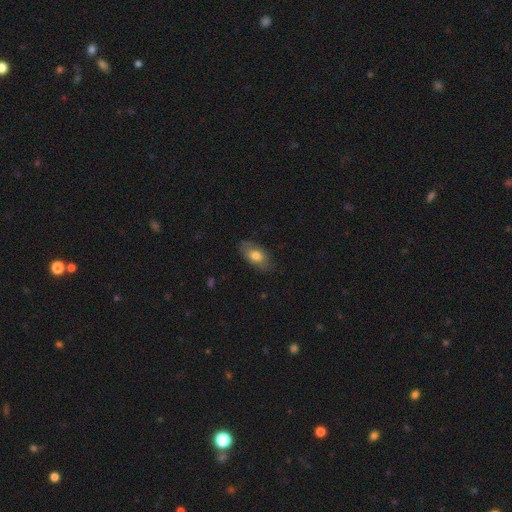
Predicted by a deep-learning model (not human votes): This appears to be a smooth galaxy with no disk features (71%) that is in between round and cigar-shaped (90%). Merging: none (78%).